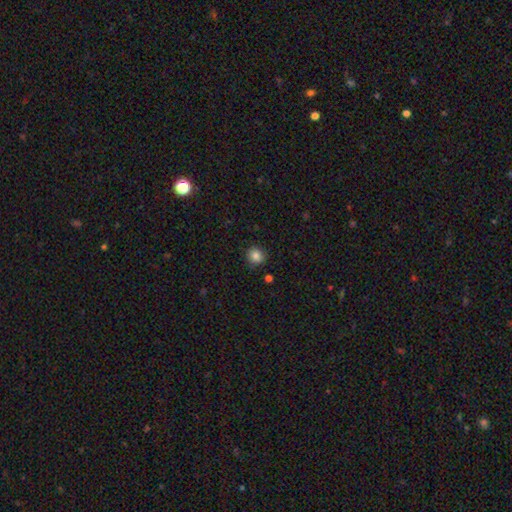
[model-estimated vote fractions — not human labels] This is clearly a smooth galaxy (84%). How rounded: clearly round (88%). Merging: clearly none (88%).